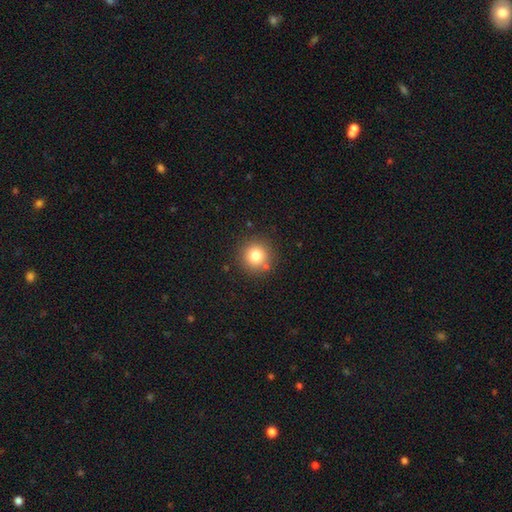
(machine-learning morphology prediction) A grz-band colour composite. It shows a smooth galaxy with no disk features (79%) that is round (94%). Merging: none (86%).